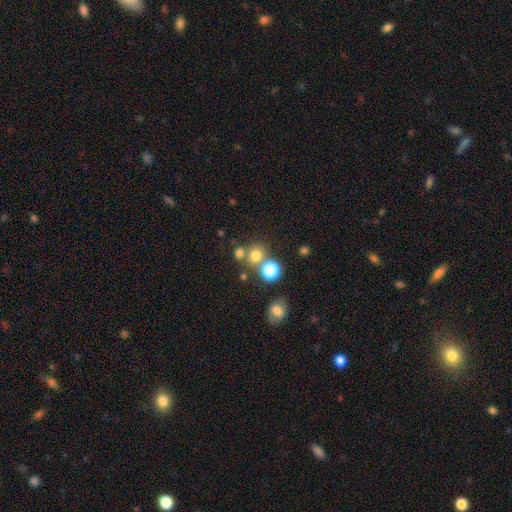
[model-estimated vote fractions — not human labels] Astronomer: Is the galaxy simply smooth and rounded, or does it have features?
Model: smooth — 71%.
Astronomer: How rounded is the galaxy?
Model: round — 84%.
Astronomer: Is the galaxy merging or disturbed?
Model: none — 62%.